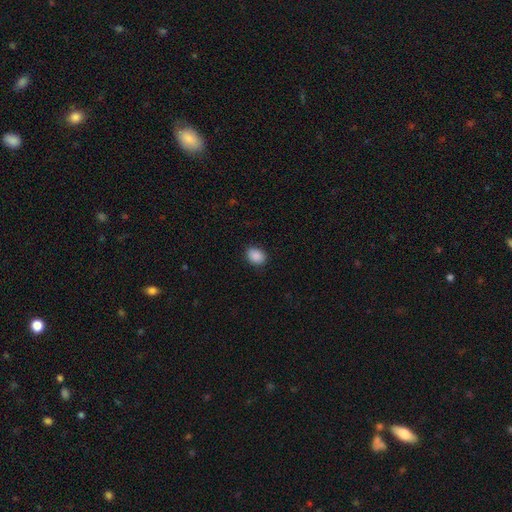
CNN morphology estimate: Overall: smooth (89%). How rounded: in between (64%; round 35%). Merging: none (88%).